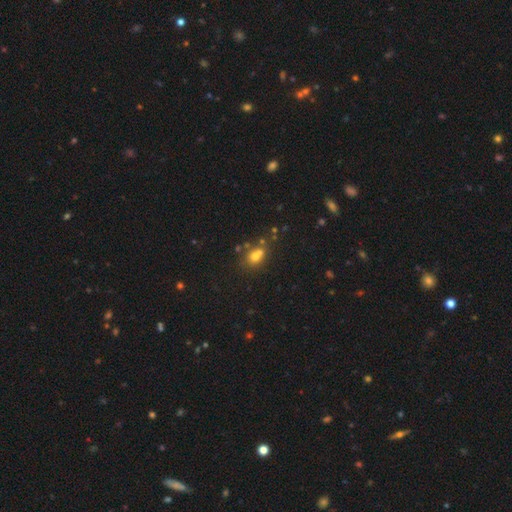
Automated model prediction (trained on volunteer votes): Smooth or featured?
  - smooth: 65% *
  - star or artifact: 20%
  - featured or disk: 16%
How rounded?
  - in between: 50% *
  - round: 48%
  - cigar-shaped: 2%
Merging?
  - none: 46% *
  - merger: 36%
  - minor disturbance: 13%
  - major disturbance: 6%